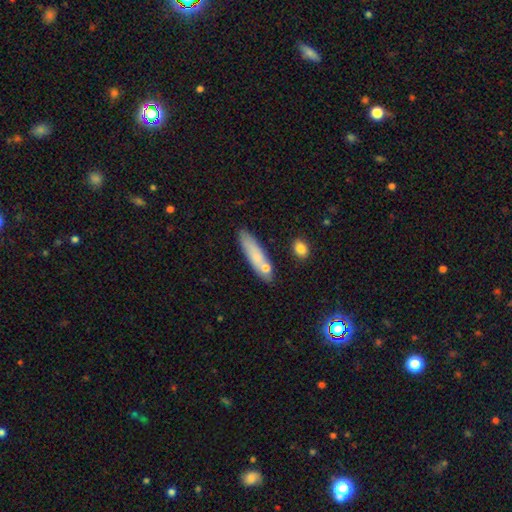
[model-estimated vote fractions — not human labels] A smooth galaxy with no disk features (71%) that is cigar-shaped (77%). Merging: none (73%).